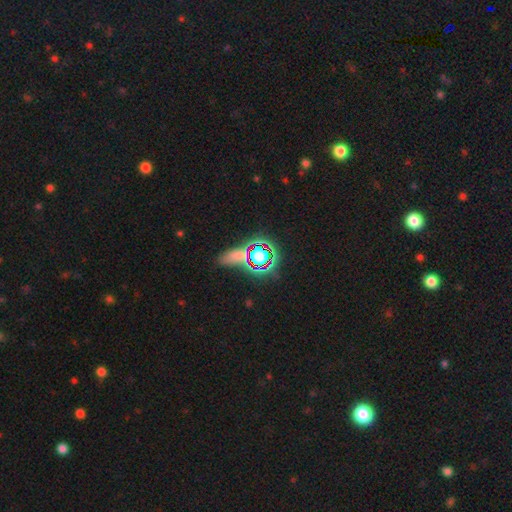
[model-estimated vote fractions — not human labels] Smooth or featured? Predicted: star or artifact (p=0.73).